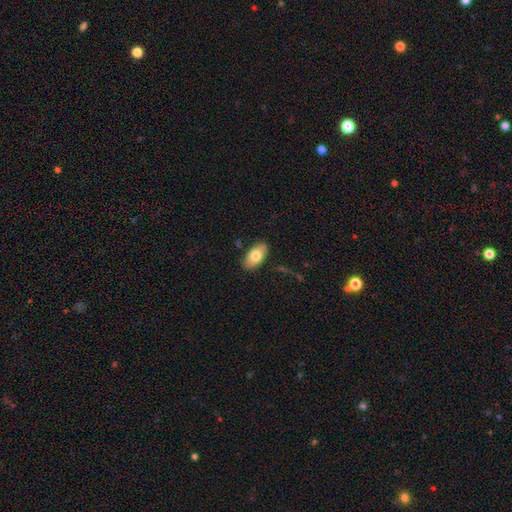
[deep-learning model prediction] Smooth or featured? Predicted: smooth (p=0.77). How rounded? Predicted: in between (p=0.94). Merging? Predicted: none (p=0.85).